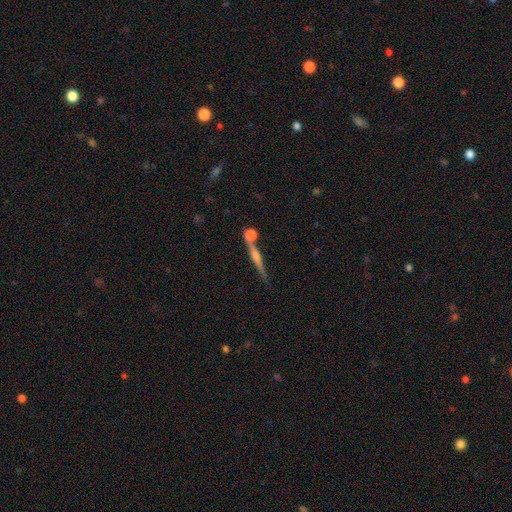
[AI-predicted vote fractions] Morphology: type=featured or disk (67%); edge-on=yes (97%); edge-on bulge=rounded (68%); merging=none (75%).